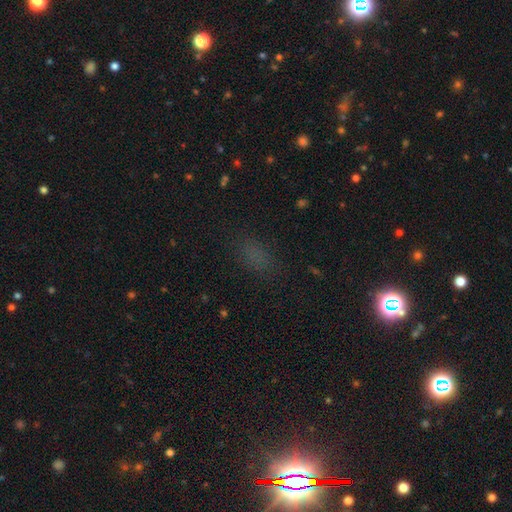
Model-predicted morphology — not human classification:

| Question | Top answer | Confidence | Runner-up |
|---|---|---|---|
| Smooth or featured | smooth | 62% | star or artifact (30%) |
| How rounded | in between | 78% | round (15%) |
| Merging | none | 77% | minor disturbance (14%) |